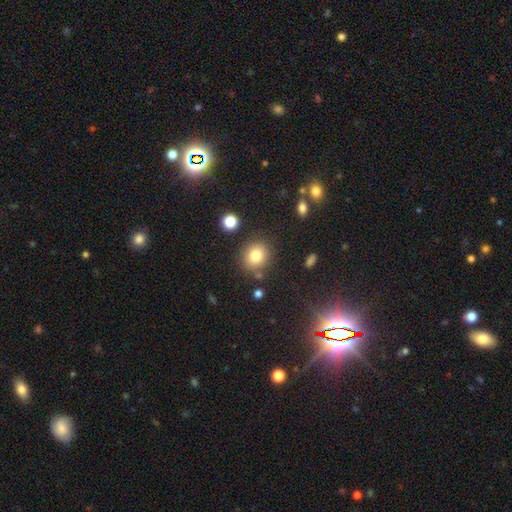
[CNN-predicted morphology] A smooth galaxy with no disk features (80%) that is round (80%). Merging: none (81%).